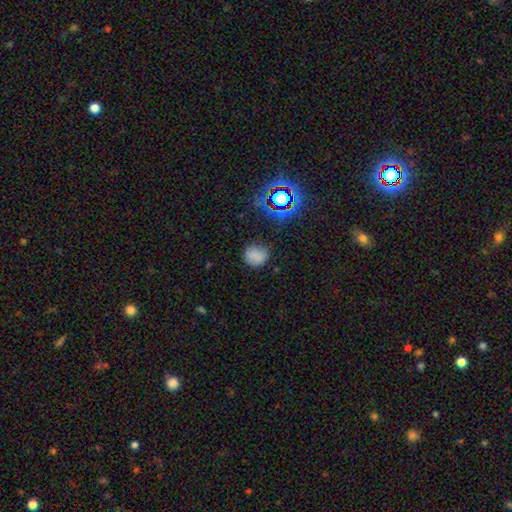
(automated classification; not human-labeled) Smooth or featured? smooth (75%)
How rounded? round (77%)
Merging? none (79%)